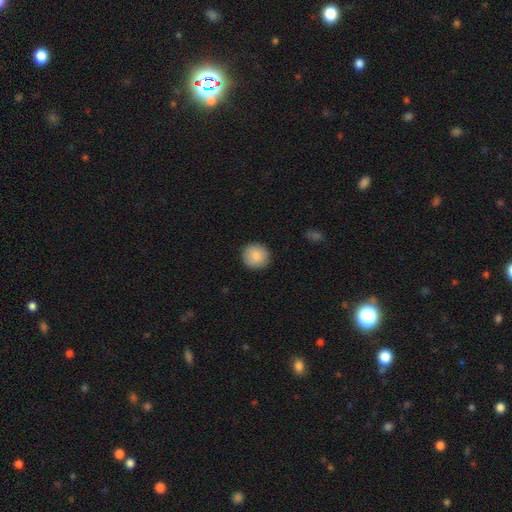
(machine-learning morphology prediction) type=smooth (87%); roundness=round (93%); merging=none (91%).